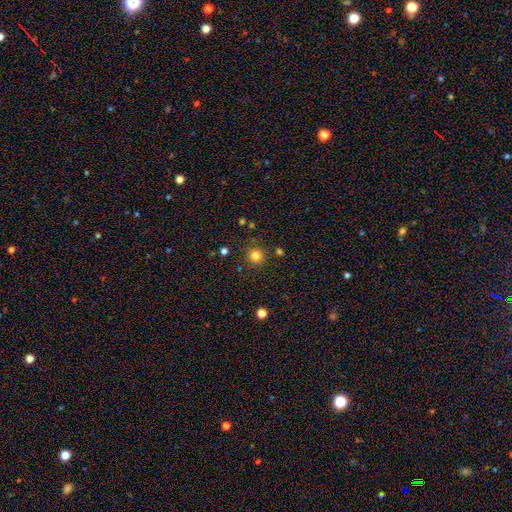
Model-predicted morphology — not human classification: Smooth or featured? Predicted: smooth (p=0.81). How rounded? Predicted: round (p=0.94). Merging? Predicted: none (p=0.85).